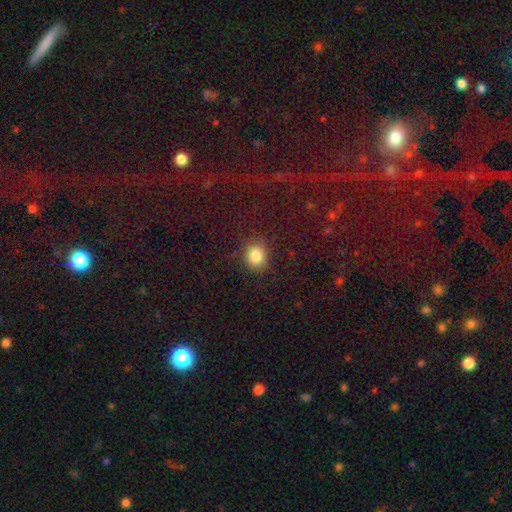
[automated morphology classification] Smooth or featured? smooth (83%)
How rounded? round (70%)
Merging? none (82%)